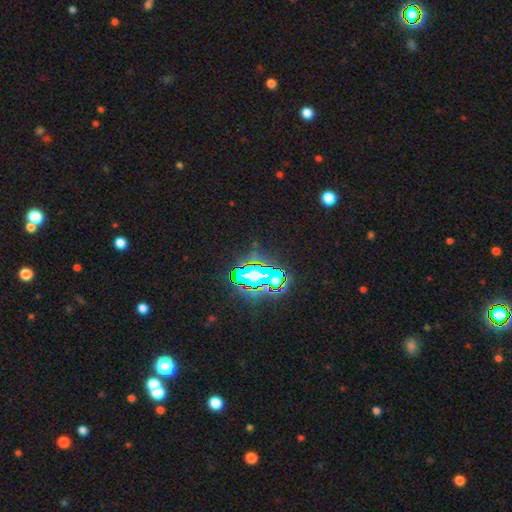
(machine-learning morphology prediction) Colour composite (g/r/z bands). It shows a star or artifact, not a galaxy (81%).